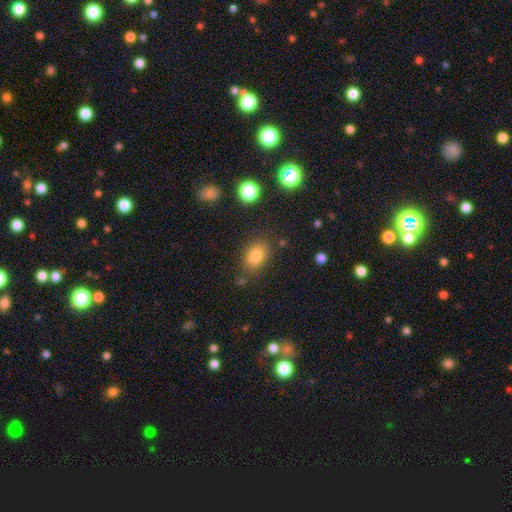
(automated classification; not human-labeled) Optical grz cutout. It shows a smooth galaxy with no disk features (80%) that is in between round and cigar-shaped (74%). Merging: none (80%).